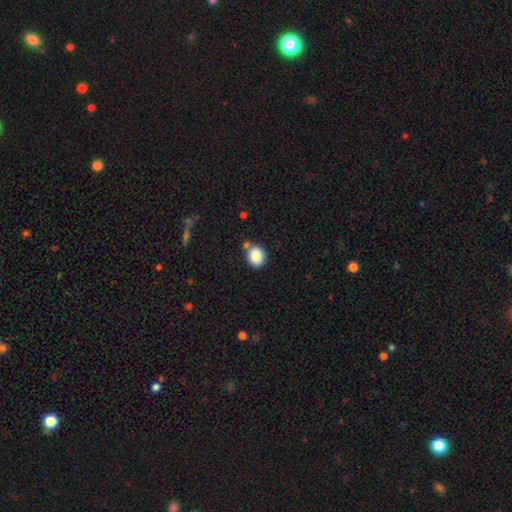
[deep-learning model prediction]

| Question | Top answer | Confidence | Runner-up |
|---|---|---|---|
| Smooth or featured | smooth | 87% | star or artifact (8%) |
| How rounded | in between | 56% | round (43%) |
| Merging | none | 69% | minor disturbance (15%) |